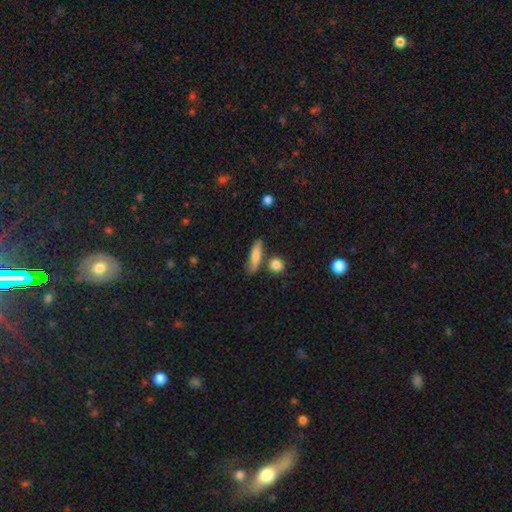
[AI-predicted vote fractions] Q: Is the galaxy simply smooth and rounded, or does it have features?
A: smooth — 77%.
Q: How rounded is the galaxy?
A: cigar-shaped — 63%.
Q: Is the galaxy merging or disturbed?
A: none — 71%.